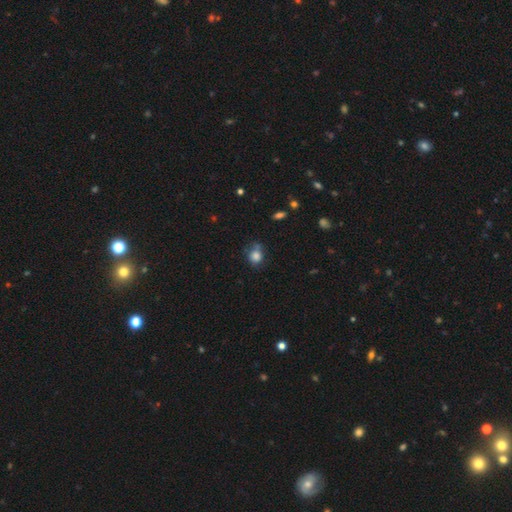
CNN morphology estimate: A smooth galaxy with no disk features (82%) that is round (69%). Merging: none (56%).